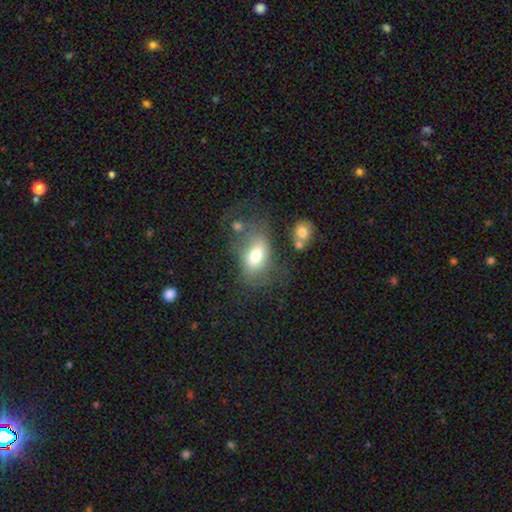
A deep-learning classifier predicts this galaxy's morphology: A smooth galaxy with no disk features (64%) that is in between round and cigar-shaped (82%). Merging: none (42%).